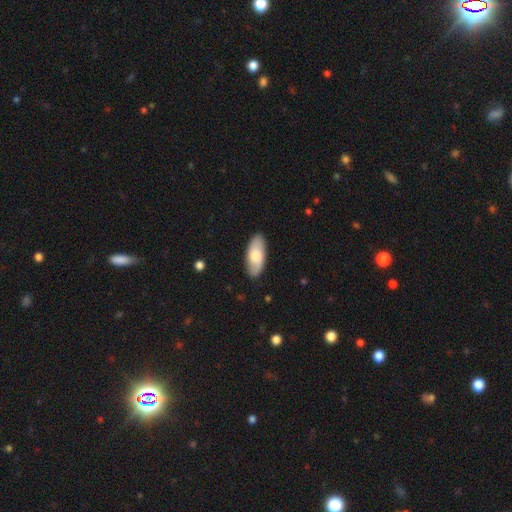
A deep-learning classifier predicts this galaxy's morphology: A smooth galaxy with no disk features (70%) that is in between round and cigar-shaped (87%). Merging: none (88%).